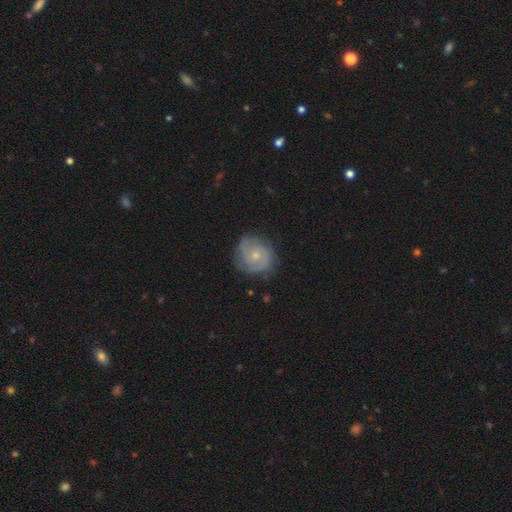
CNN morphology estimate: A featured or disk galaxy (70%) with no bar (74%), 2 (54%) tight (47%) spiral arms (92%) and a small central bulge (64%).

Vote fractions:
- Smooth or featured? featured or disk: 70% / smooth: 24% / star or artifact: 7%
- Edge-on disk? no: 98% / yes: 2%
- Bar? no: 74% / weak: 23% / strong: 3%
- Spiral arms? yes: 92% / no: 8%
- Spiral winding? tight: 47% / medium: 40% / loose: 13%
- Spiral arm count? 2: 54% / can't tell: 20% / 3: 15% / 1: 4% / 4: 4% / more than 4: 3%
- Bulge size? small: 64% / moderate: 32% / none: 2% / large: 1% / dominant: 1%
- Merging? none: 77% / minor disturbance: 17% / major disturbance: 5% / merger: 1%